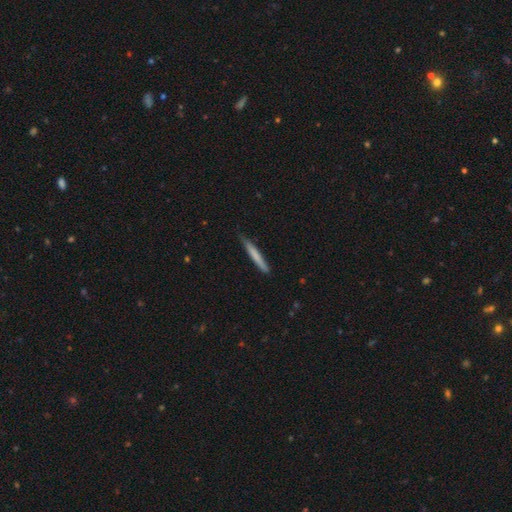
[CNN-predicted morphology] Smooth or featured? Predicted: smooth (p=0.70). How rounded? Predicted: cigar-shaped (p=0.96). Merging? Predicted: none (p=0.81).